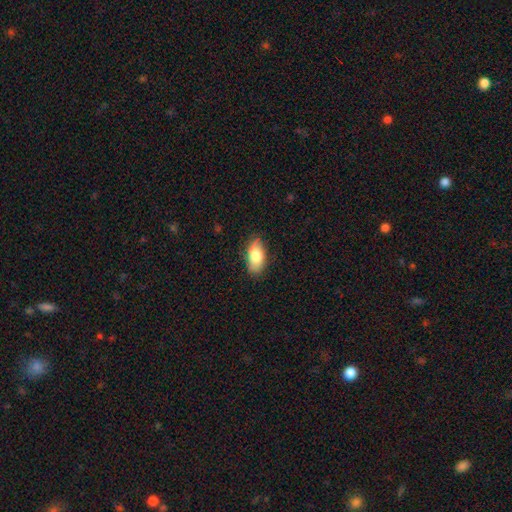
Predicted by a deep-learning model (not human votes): Smooth or featured? smooth (76%)
How rounded? in between (92%)
Merging? none (81%)